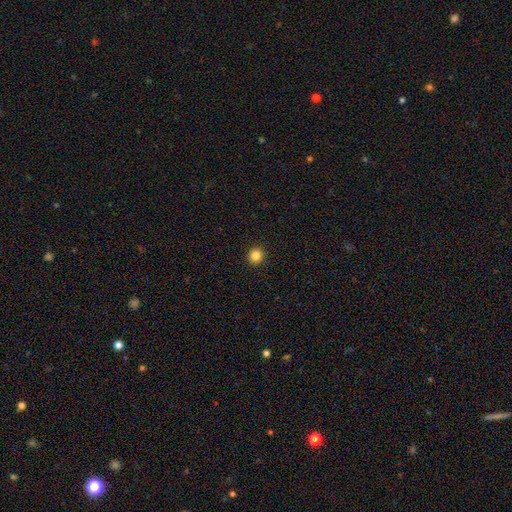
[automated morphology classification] type=smooth (84%); roundness=round (91%); merging=none (93%).